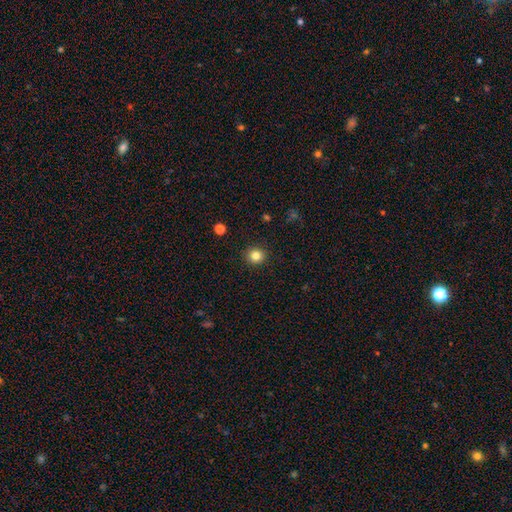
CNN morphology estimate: A smooth galaxy with no disk features (83%) that is round (92%).

Vote fractions:
- Smooth or featured? smooth: 83% / star or artifact: 11% / featured or disk: 5%
- How rounded? round: 92% / in between: 8% / cigar-shaped: 1%
- Merging? none: 92% / minor disturbance: 5% / major disturbance: 2% / merger: 1%